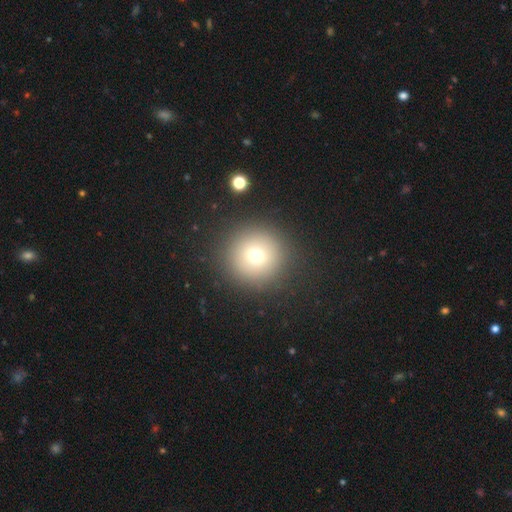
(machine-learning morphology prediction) Overall: smooth (70%). How rounded: round (95%). Merging: none (89%).